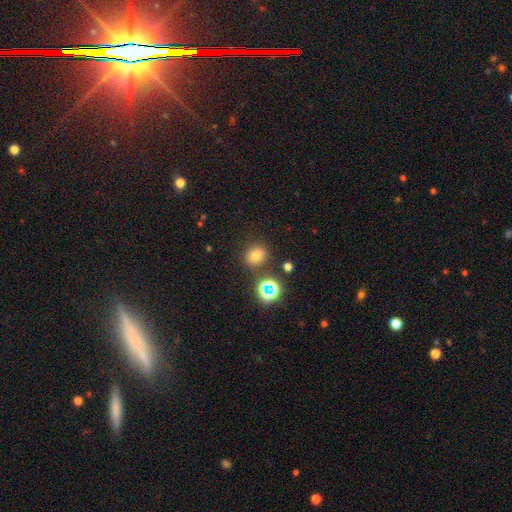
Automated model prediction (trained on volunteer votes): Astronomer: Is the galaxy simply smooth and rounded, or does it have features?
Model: smooth — 72%.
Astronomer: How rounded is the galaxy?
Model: round — 71%.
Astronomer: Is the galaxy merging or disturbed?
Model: none — 82%.